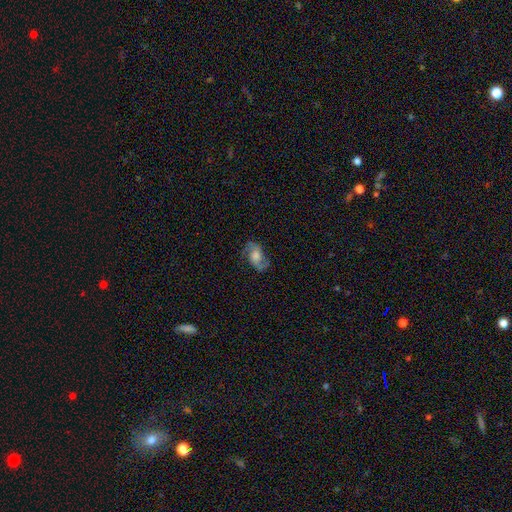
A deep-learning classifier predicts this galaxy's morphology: Q: Smooth or featured?
A: featured or disk (73%); runner-up: smooth (19%)
Q: Edge-on disk?
A: no (96%); runner-up: yes (4%)
Q: Bar?
A: no (61%); runner-up: weak (32%)
Q: Spiral arms?
A: yes (93%); runner-up: no (7%)
Q: Spiral winding?
A: medium (46%); runner-up: loose (39%)
Q: Spiral arm count?
A: 2 (91%); runner-up: can't tell (4%)
Q: Bulge size?
A: large (38%); runner-up: moderate (34%)
Q: Merging?
A: none (77%); runner-up: minor disturbance (15%)